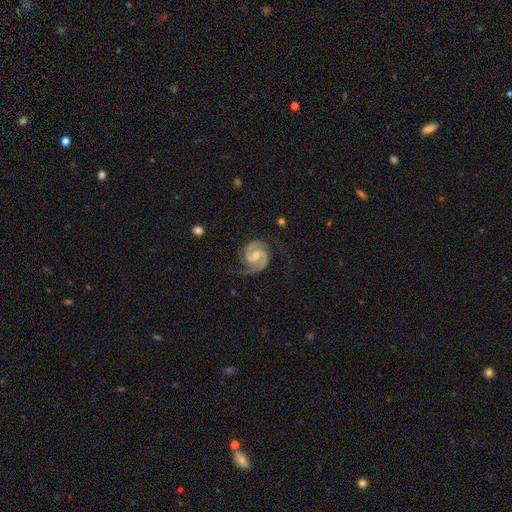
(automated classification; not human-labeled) A featured or disk galaxy (93%) with a weak bar (48%), 2 (93%) medium (52%) spiral arms (99%) and a moderate central bulge (49%).

Vote fractions:
- Smooth or featured? featured or disk: 93% / star or artifact: 4% / smooth: 3%
- Edge-on disk? no: 98% / yes: 2%
- Bar? weak: 48% / no: 35% / strong: 17%
- Spiral arms? yes: 99% / no: 1%
- Spiral winding? medium: 52% / tight: 41% / loose: 8%
- Spiral arm count? 2: 93% / 3: 2% / can't tell: 2% / 1: 1% / 4: 1% / more than 4: 1%
- Bulge size? moderate: 49% / small: 42% / none: 6% / large: 2% / dominant: 1%
- Merging? none: 73% / minor disturbance: 19% / major disturbance: 7% / merger: 1%